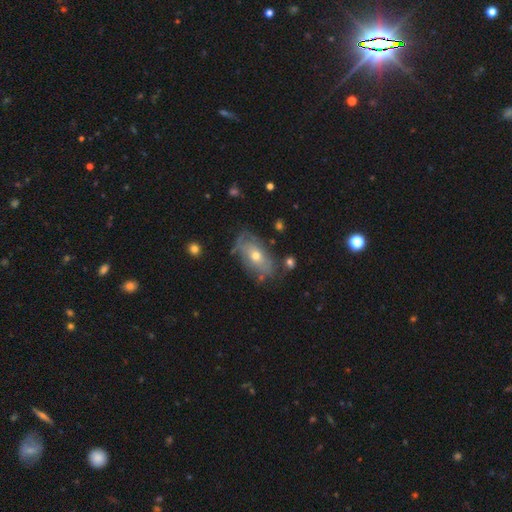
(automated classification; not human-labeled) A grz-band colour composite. It shows a featured or disk galaxy (60%) with no bar (81%), spiral arms (60%) and a moderate central bulge (57%). Merging: none (66%).